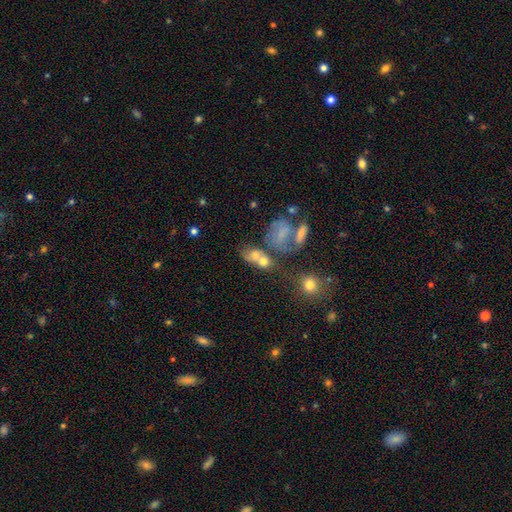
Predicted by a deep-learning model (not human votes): smooth_or_featured: smooth (p=0.59) [alt: featured or disk p=0.26]
how_rounded: in between (p=0.52) [alt: round p=0.44]
merging: merger (p=0.51) [alt: none p=0.26]